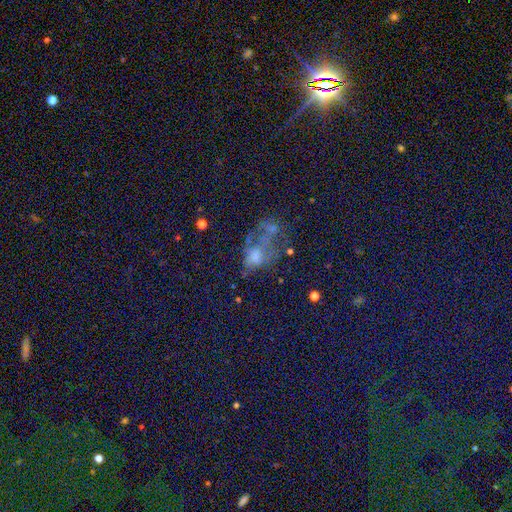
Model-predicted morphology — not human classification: Smooth or featured?
  - featured or disk: 40% *
  - smooth: 37%
  - star or artifact: 23%
Merging?
  - major disturbance: 45% *
  - none: 21%
  - merger: 20%
  - minor disturbance: 14%